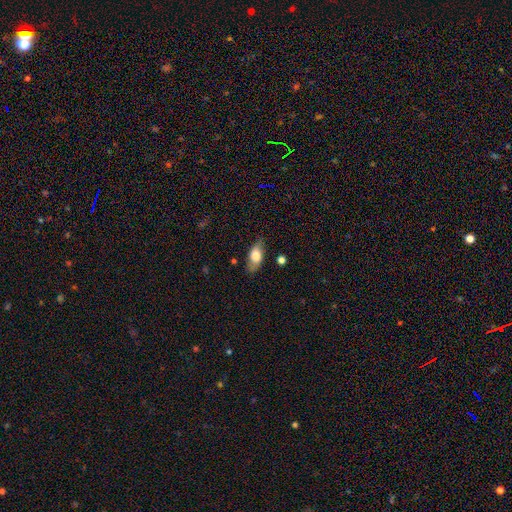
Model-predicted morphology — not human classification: This appears to be a smooth galaxy with no disk features (70%) that is in between round and cigar-shaped (87%). Merging: none (79%).